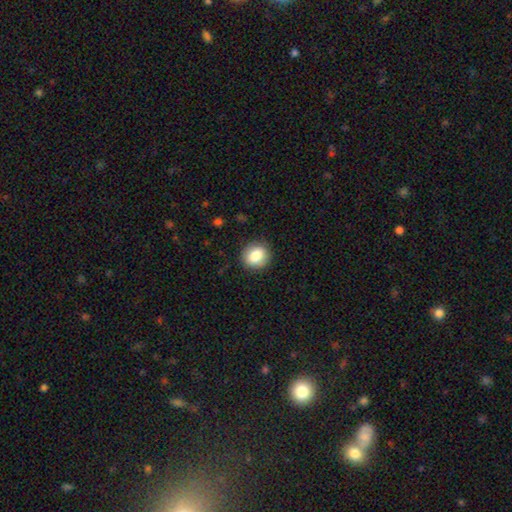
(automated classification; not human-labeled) This appears to be a smooth galaxy with no disk features (84%) that is round (76%). Merging: none (88%).